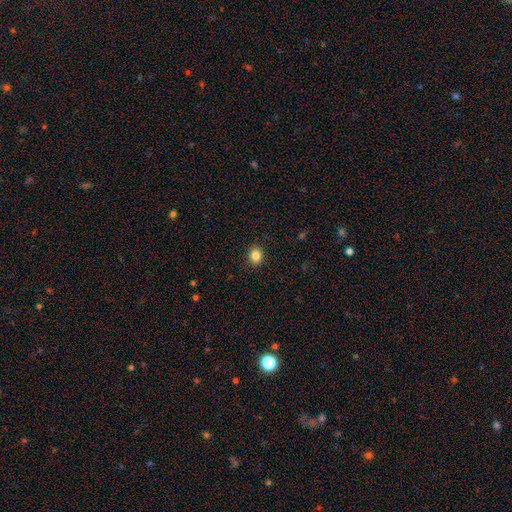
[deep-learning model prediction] smooth-or-featured: smooth: 84% | star or artifact: 10% | featured or disk: 5%
  how-rounded: round: 68% | in between: 31% | cigar-shaped: 1%
  merging: none: 90% | minor disturbance: 7% | major disturbance: 2% | merger: 1%